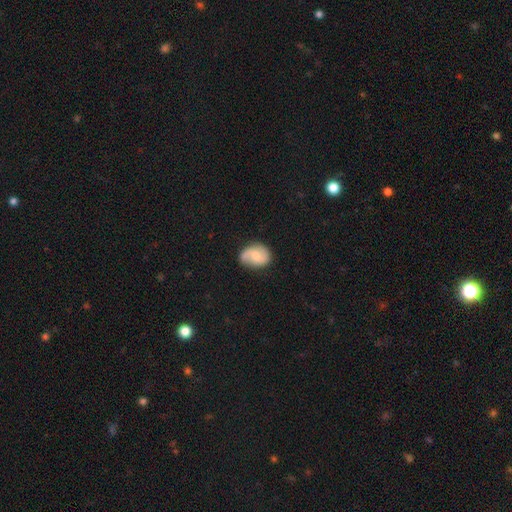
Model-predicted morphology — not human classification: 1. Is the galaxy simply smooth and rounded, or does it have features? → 58% featured or disk, 36% smooth, 7% star or artifact.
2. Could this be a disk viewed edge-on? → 97% no, 3% yes.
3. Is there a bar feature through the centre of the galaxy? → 56% no, 38% weak, 6% strong.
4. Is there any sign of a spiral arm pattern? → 91% yes, 9% no.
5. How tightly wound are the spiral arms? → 42% medium, 37% loose, 21% tight.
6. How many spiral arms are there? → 77% 2, 12% 1, 7% can't tell, 1% 3, 1% 4, 1% more than 4.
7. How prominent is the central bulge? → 48% moderate, 39% small, 8% none, 4% large, 1% dominant.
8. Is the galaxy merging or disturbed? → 68% none, 24% minor disturbance, 7% major disturbance, 2% merger.